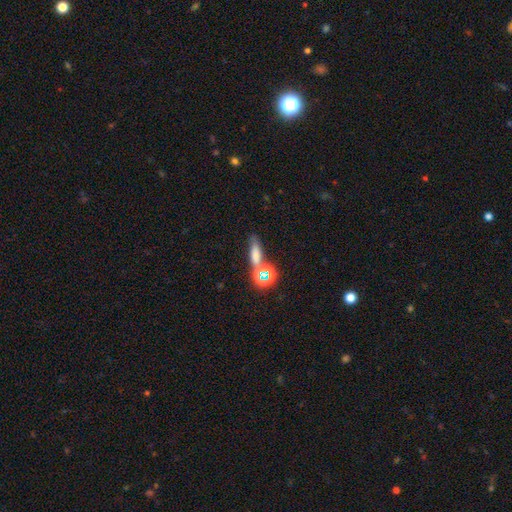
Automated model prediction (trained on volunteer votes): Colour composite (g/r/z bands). It shows a smooth galaxy with no disk features (63%) that is in between round and cigar-shaped (42%). Merging: none (54%).